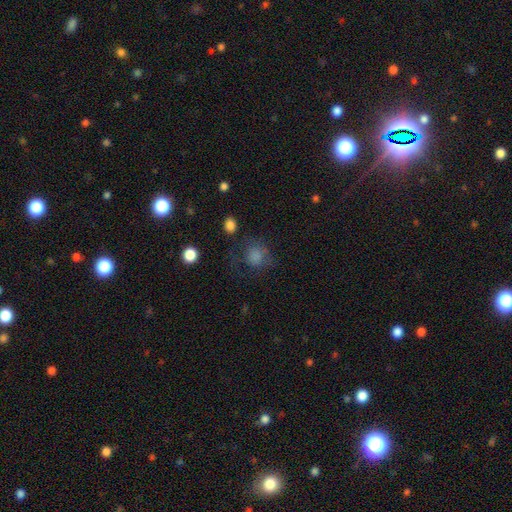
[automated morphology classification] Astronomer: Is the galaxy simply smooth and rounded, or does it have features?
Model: smooth — 77%.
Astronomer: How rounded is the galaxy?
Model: round — 77%.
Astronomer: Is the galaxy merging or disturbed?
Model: none — 57%.